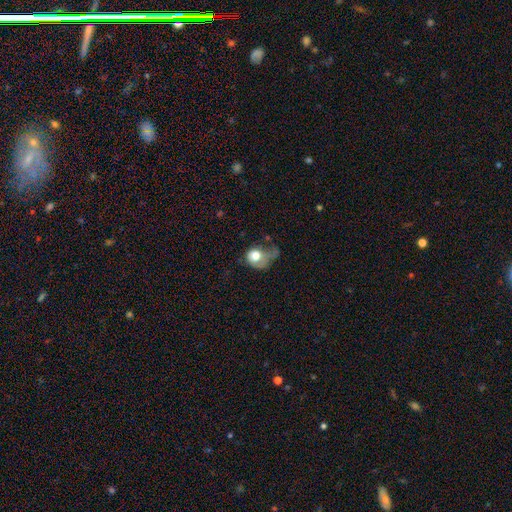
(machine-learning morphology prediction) Smooth or featured? smooth (64%)
How rounded? round (62%)
Merging? major disturbance (56%)